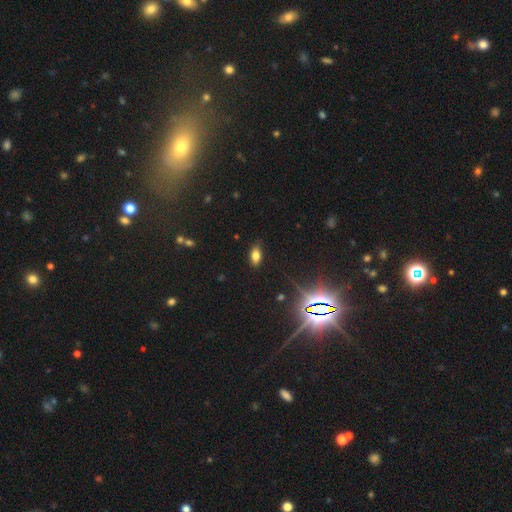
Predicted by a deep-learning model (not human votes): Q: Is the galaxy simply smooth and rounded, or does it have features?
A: smooth — 71%.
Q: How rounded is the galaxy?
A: in between — 88%.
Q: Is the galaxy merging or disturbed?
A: none — 85%.